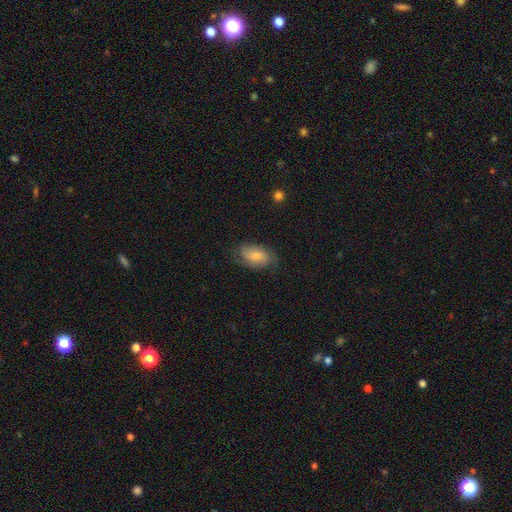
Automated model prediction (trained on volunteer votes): This appears to be a smooth galaxy with no disk features (64%) that is in between round and cigar-shaped (91%). Merging: none (71%).